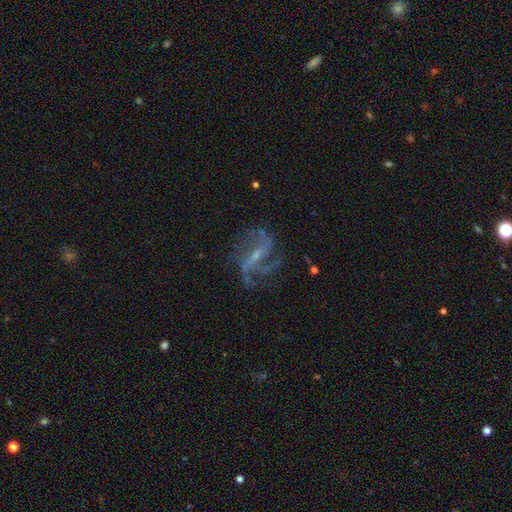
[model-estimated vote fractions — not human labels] featured or disk 84%, star or artifact 10%, smooth 6%. Down the decision tree: edge-on disk — no (94%); bar — weak (41%); spiral arms — yes (93%); spiral arm count — 2 (36%); spiral winding — loose (51%); bulge size — small (66%); merging — none (61%).